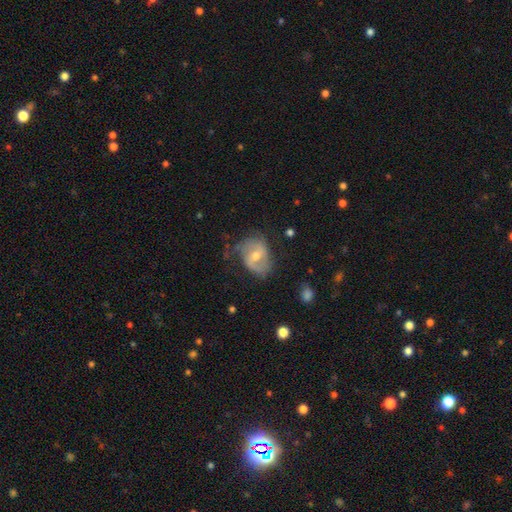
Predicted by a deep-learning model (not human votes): Q: Smooth or featured?
A: featured or disk (66%); runner-up: smooth (28%)
Q: Edge-on disk?
A: no (96%); runner-up: yes (4%)
Q: Bar?
A: weak (49%); runner-up: no (33%)
Q: Spiral arms?
A: yes (78%); runner-up: no (22%)
Q: Bulge size?
A: moderate (64%); runner-up: small (31%)
Q: Merging?
A: none (52%); runner-up: minor disturbance (29%)